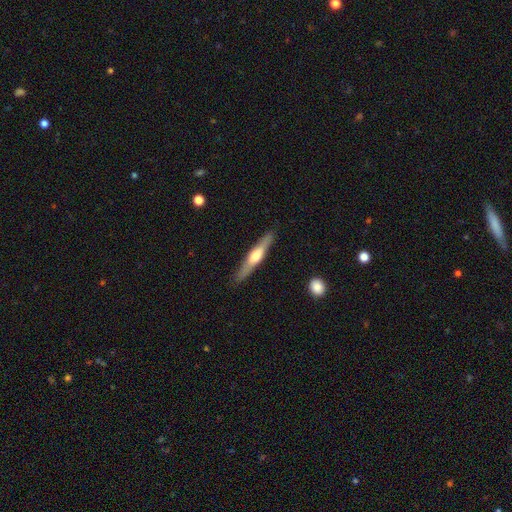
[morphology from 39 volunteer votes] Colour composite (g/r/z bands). It shows a featured or disk galaxy (59%) viewed edge-on (96%) with a rounded central bulge (95%). Merging: none (97%).